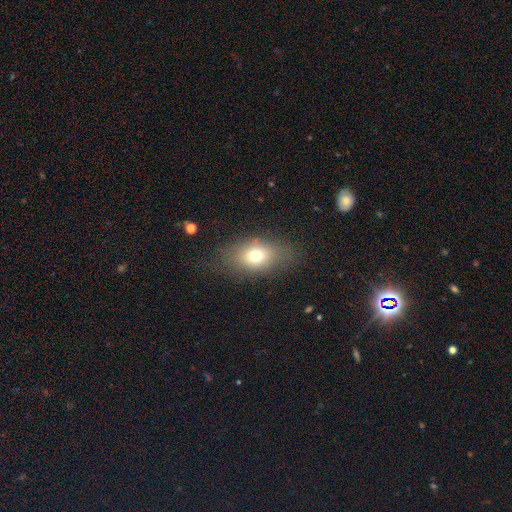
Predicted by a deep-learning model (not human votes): smooth 72%, featured or disk 16%, star or artifact 12%. Down the decision tree: how rounded — in between (76%); merging — none (74%).